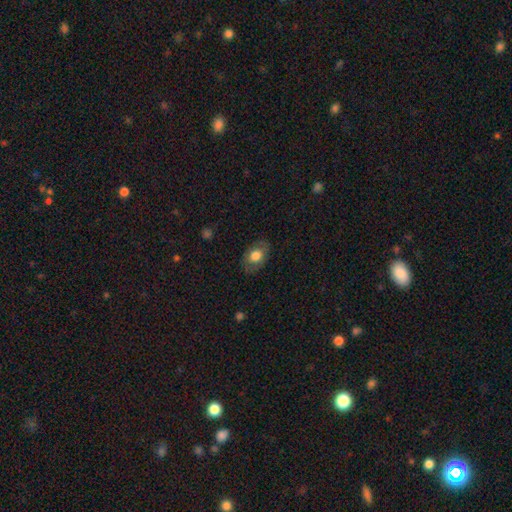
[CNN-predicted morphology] Overall: smooth (72%). How rounded: in between (81%). Merging: none (80%).